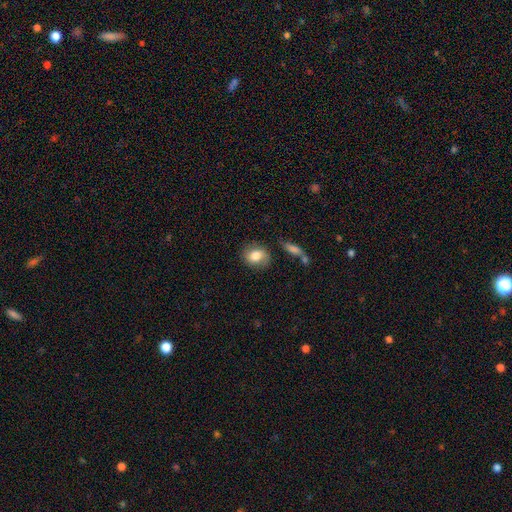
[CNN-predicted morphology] The model was most divided on "how rounded": round: 52%, in between: 46%, cigar-shaped: 2%. More confident: merging — none (72%); smooth or featured — smooth (70%).